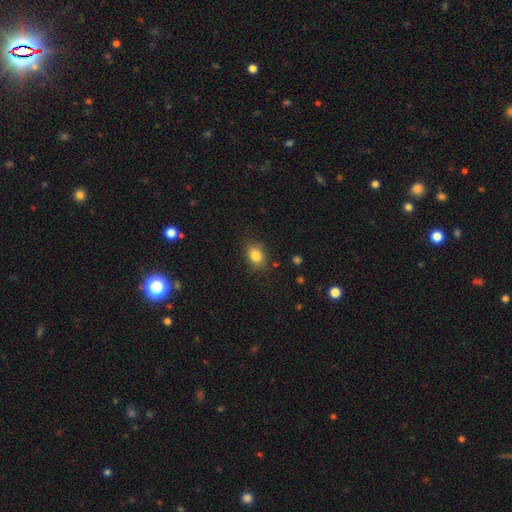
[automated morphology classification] smooth_or_featured: smooth (p=0.83) [alt: star or artifact p=0.10]
how_rounded: in between (p=0.62) [alt: round p=0.37]
merging: none (p=0.83) [alt: minor disturbance p=0.13]